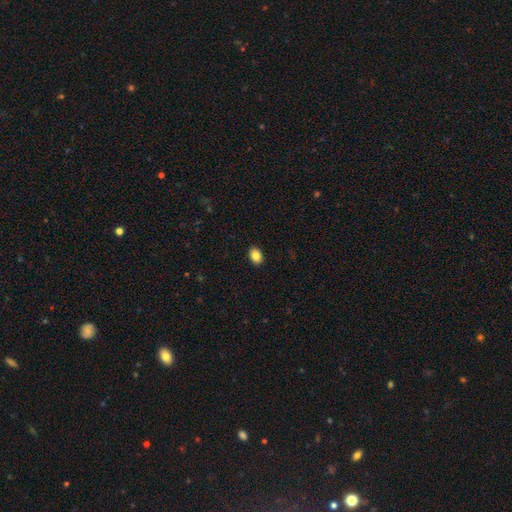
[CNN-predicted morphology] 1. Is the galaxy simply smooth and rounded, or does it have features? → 85% smooth, 8% star or artifact, 6% featured or disk.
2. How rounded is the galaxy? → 78% in between, 21% round, 1% cigar-shaped.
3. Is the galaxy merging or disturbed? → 90% none, 7% minor disturbance, 2% major disturbance, 1% merger.